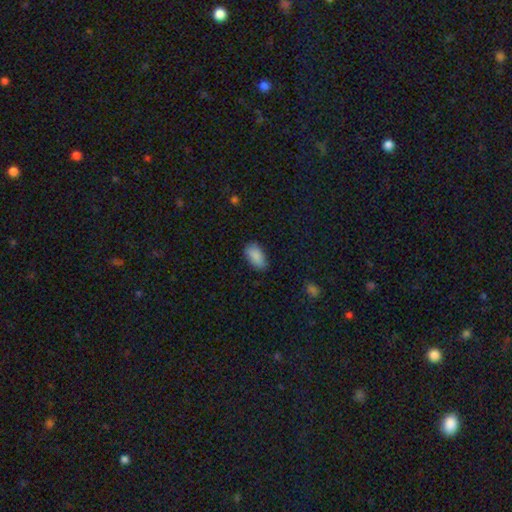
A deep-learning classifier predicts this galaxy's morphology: A smooth galaxy with no disk features (88%) that is in between round and cigar-shaped (93%). Merging: none (78%).